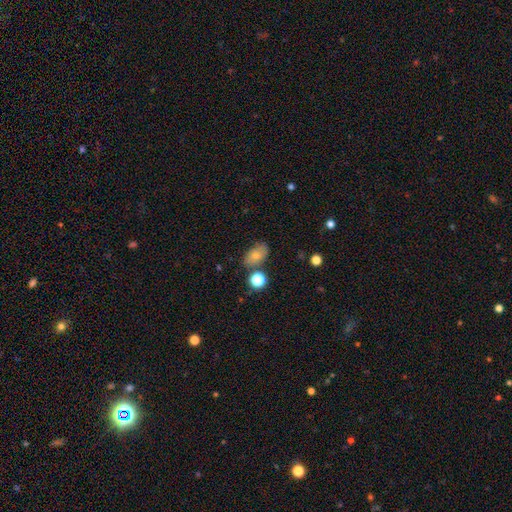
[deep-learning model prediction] The model was most divided on "merging": none: 70%, minor disturbance: 17%, merger: 8%, major disturbance: 5%. More confident: how rounded — in between (87%); smooth or featured — smooth (74%).